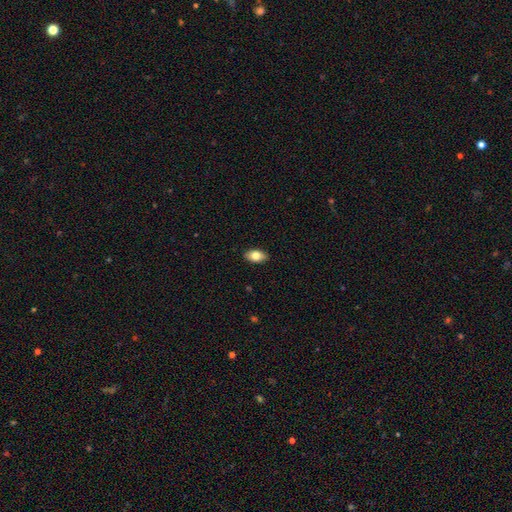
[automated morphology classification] A smooth galaxy with no disk features (77%) that is in between round and cigar-shaped (91%). Merging: none (89%).